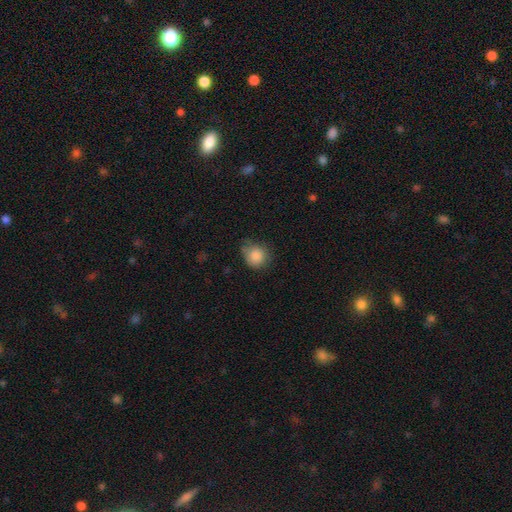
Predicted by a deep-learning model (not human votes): Morphology: type=smooth (86%); roundness=round (82%); merging=none (61%).